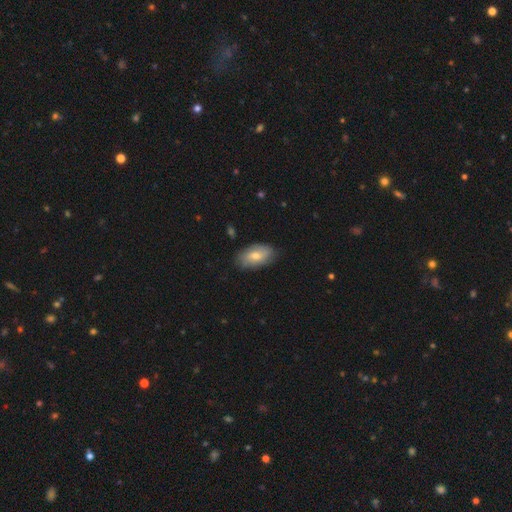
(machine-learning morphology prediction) A smooth galaxy with no disk features (62%) that is in between round and cigar-shaped (93%). Merging: none (81%).